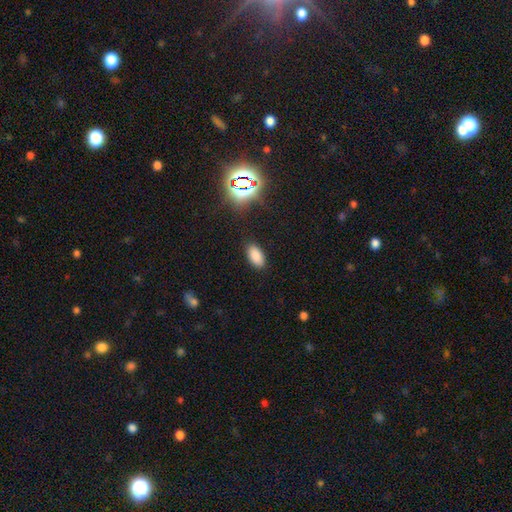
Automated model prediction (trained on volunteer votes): A smooth galaxy with no disk features (81%) that is in between round and cigar-shaped (93%). Merging: none (88%).